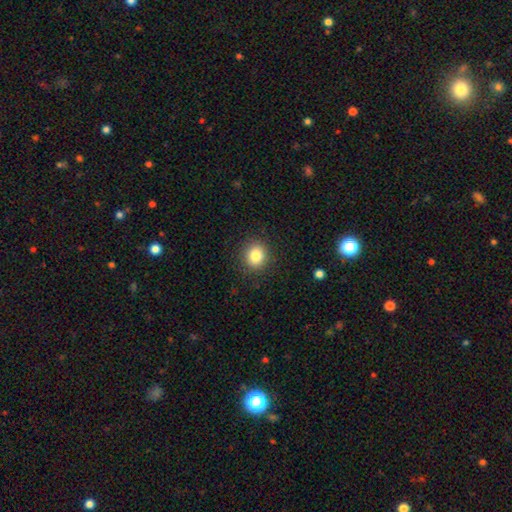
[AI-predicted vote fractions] Smooth or featured? Predicted: smooth (p=0.83). How rounded? Predicted: round (p=0.79). Merging? Predicted: none (p=0.89).